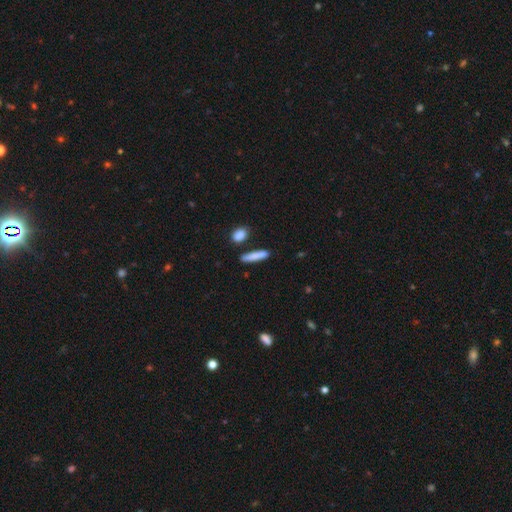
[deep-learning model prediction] The model was most divided on "how rounded": cigar-shaped: 83%, in between: 14%, round: 3%. More confident: smooth or featured — smooth (83%); merging — none (81%).